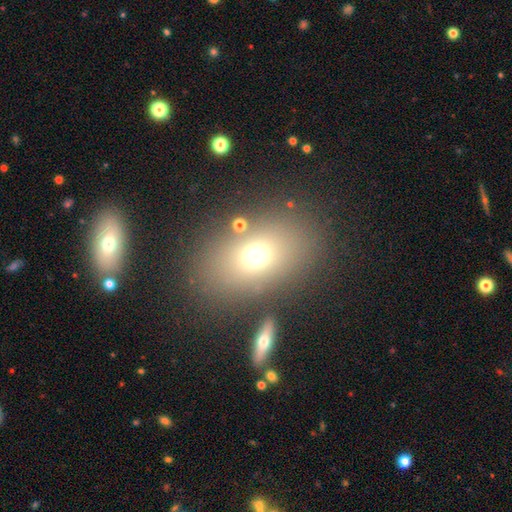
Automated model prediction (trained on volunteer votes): Smooth or featured: smooth — 70% (star or artifact — 16%)
How rounded: in between — 72% (round — 26%)
Merging: none — 75% (minor disturbance — 10%)